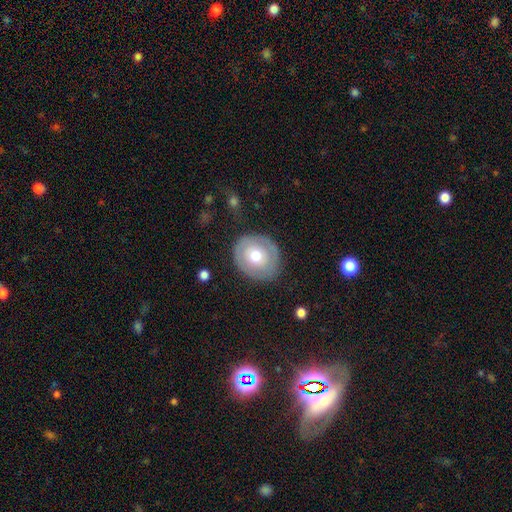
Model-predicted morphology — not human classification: Smooth or featured? Predicted: smooth (p=0.55). How rounded? Predicted: round (p=0.71). Merging? Predicted: none (p=0.81).